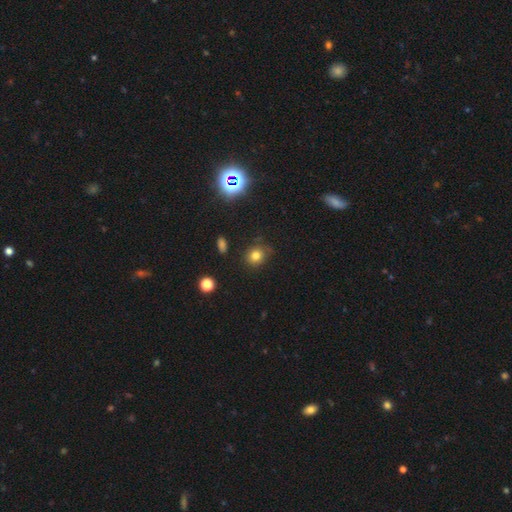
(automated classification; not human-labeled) smooth_or_featured: smooth (p=0.77) [alt: star or artifact p=0.16]
how_rounded: round (p=0.76) [alt: in between p=0.23]
merging: none (p=0.79) [alt: minor disturbance p=0.15]